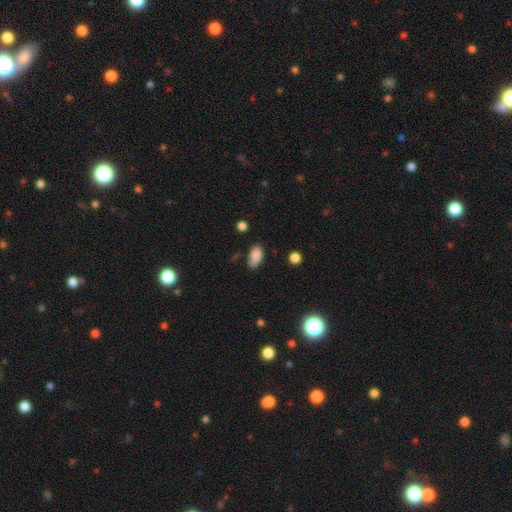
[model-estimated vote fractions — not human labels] This appears to be a smooth galaxy with no disk features (87%) that is in between round and cigar-shaped (92%). Merging: none (74%).